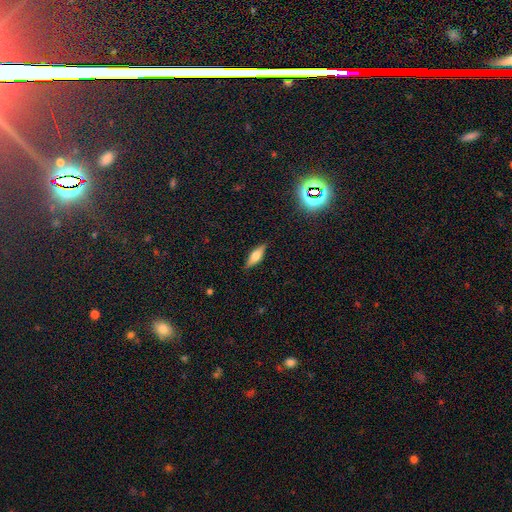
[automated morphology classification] Smooth or featured? smooth (47%)
Merging? none (86%)